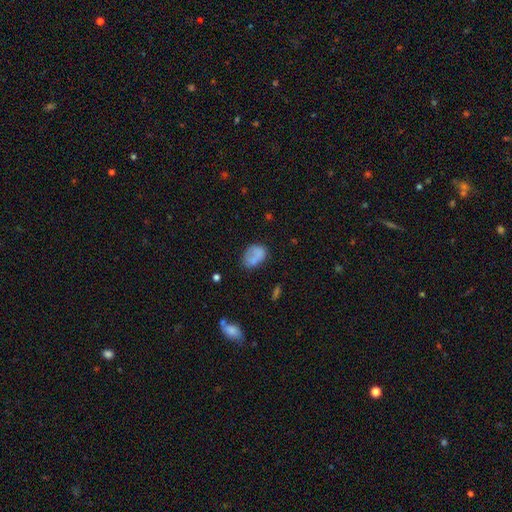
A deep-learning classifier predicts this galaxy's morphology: Smooth or featured? Predicted: smooth (p=0.71). How rounded? Predicted: in between (p=0.74). Merging? Predicted: none (p=0.46).